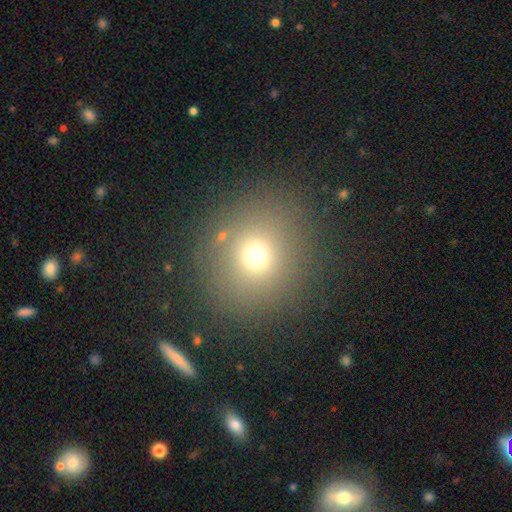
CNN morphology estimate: smooth 68%, star or artifact 21%, featured or disk 11%. Down the decision tree: how rounded — round (88%); merging — none (85%).